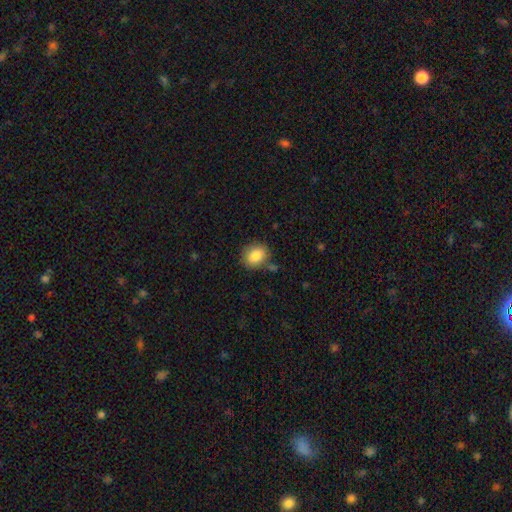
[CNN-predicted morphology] A smooth galaxy with no disk features (86%) that is round (57%). Merging: none (78%).